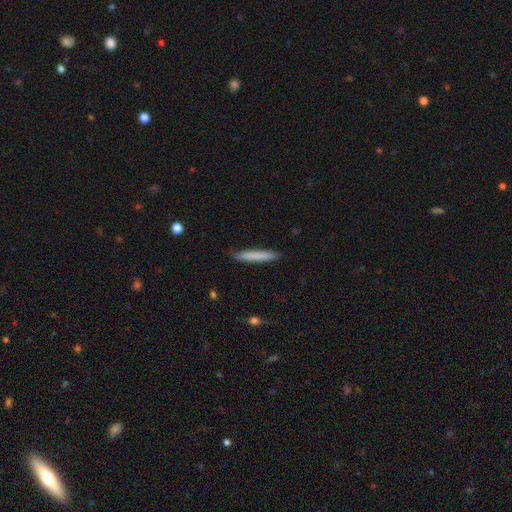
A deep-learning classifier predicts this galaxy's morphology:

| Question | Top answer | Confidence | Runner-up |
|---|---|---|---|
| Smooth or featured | smooth | 78% | featured or disk (16%) |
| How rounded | cigar-shaped | 95% | in between (4%) |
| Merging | none | 86% | minor disturbance (11%) |